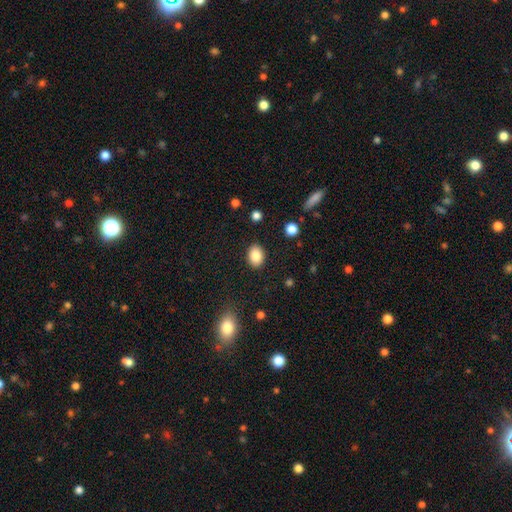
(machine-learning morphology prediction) This appears to be a smooth galaxy with no disk features (86%) that is in between round and cigar-shaped (72%). Merging: none (88%).